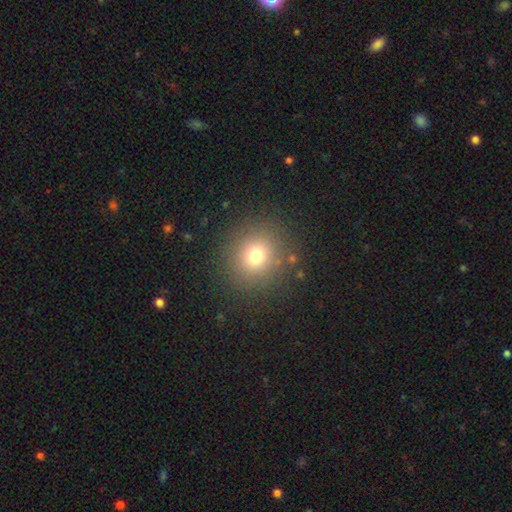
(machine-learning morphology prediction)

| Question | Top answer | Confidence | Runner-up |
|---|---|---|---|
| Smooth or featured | smooth | 74% | star or artifact (16%) |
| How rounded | round | 89% | in between (10%) |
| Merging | none | 87% | minor disturbance (7%) |